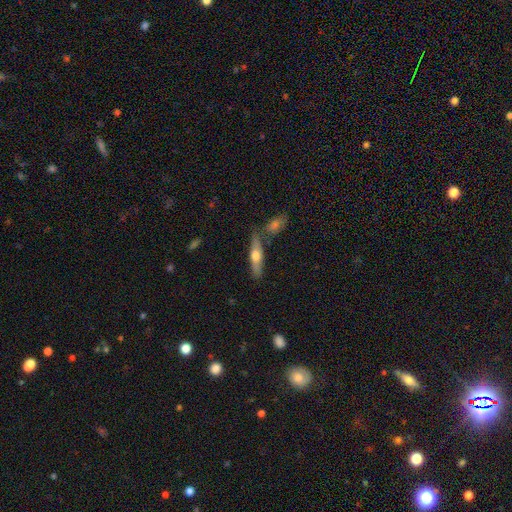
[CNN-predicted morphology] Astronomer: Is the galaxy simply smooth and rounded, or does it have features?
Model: smooth — 49% (runner-up: featured or disk, 46%).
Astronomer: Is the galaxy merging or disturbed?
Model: none — 73%.